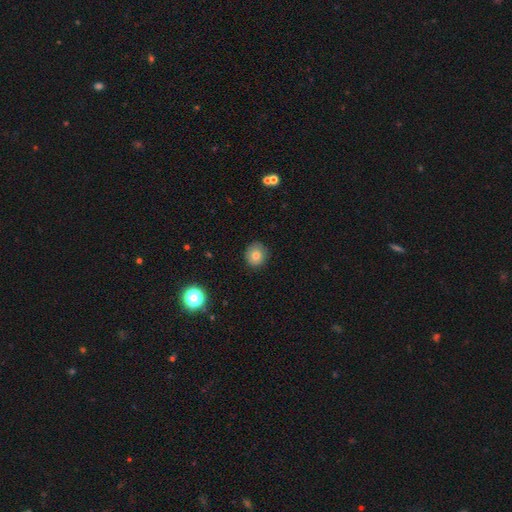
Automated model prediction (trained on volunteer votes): A smooth galaxy with no disk features (78%) that is round (89%).

Vote fractions:
- Smooth or featured? smooth: 78% / star or artifact: 12% / featured or disk: 11%
- How rounded? round: 89% / in between: 10% / cigar-shaped: 1%
- Merging? none: 88% / minor disturbance: 9% / major disturbance: 2% / merger: 1%